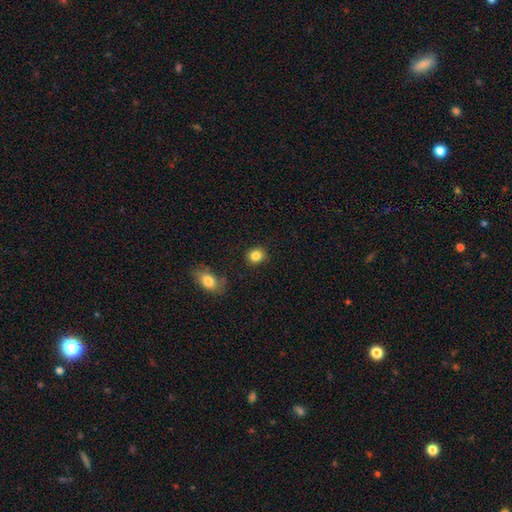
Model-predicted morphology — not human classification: Q: Smooth or featured?
A: smooth (85%); runner-up: star or artifact (10%)
Q: How rounded?
A: round (79%); runner-up: in between (20%)
Q: Merging?
A: none (86%); runner-up: minor disturbance (9%)